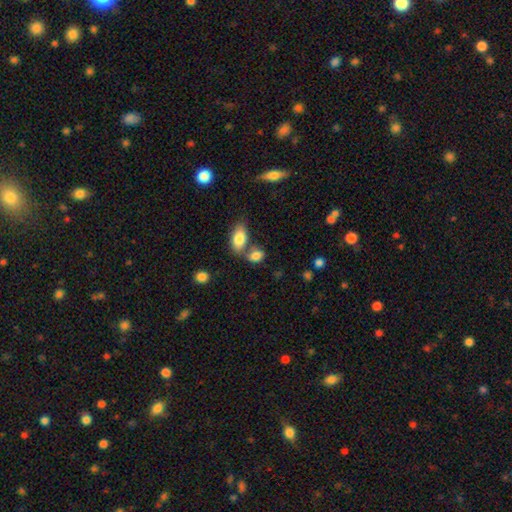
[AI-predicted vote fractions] smooth-or-featured: smooth: 83% | featured or disk: 9% | star or artifact: 8%
  how-rounded: in between: 86% | round: 12% | cigar-shaped: 3%
  merging: merger: 42% | none: 41% | minor disturbance: 12% | major disturbance: 5%